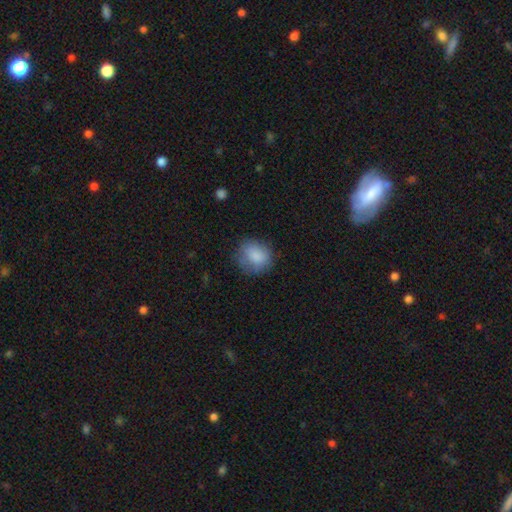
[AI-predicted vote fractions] smooth_or_featured: smooth (p=0.84) [alt: featured or disk p=0.08]
how_rounded: round (p=0.76) [alt: in between p=0.23]
merging: none (p=0.72) [alt: minor disturbance p=0.20]